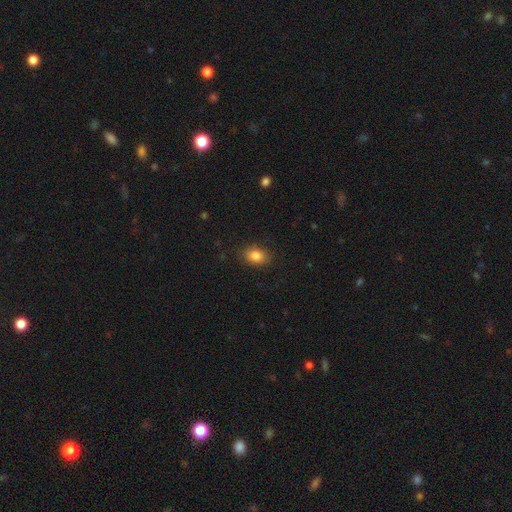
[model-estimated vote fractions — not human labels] Smooth or featured? smooth (85%)
How rounded? in between (78%)
Merging? none (87%)